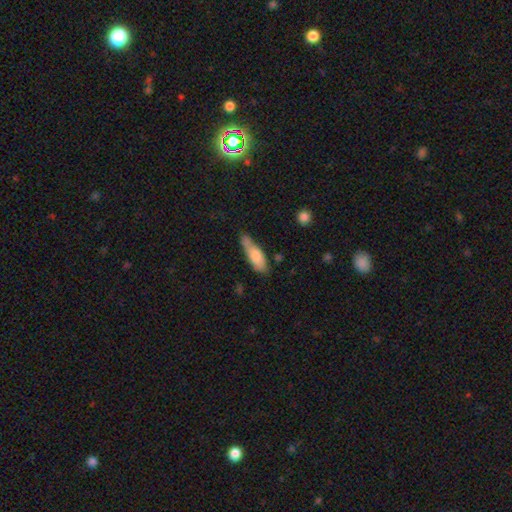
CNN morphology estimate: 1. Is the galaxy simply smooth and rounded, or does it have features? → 74% smooth, 20% featured or disk, 6% star or artifact.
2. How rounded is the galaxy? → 53% in between, 45% cigar-shaped, 2% round.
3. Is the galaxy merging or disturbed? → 49% none, 34% minor disturbance, 10% major disturbance, 7% merger.